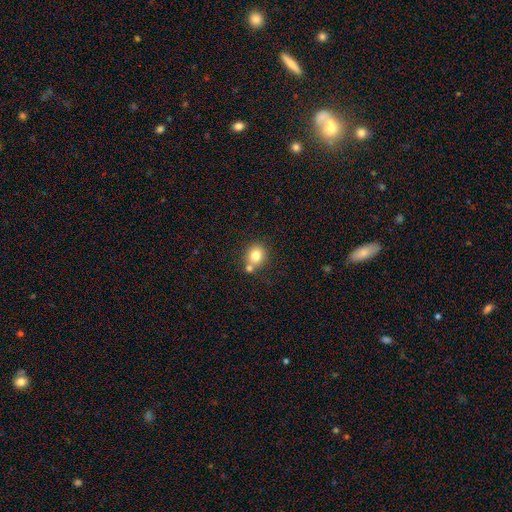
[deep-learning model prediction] Overall: smooth (79%). How rounded: round (81%). Merging: none (62%; merger 24%).